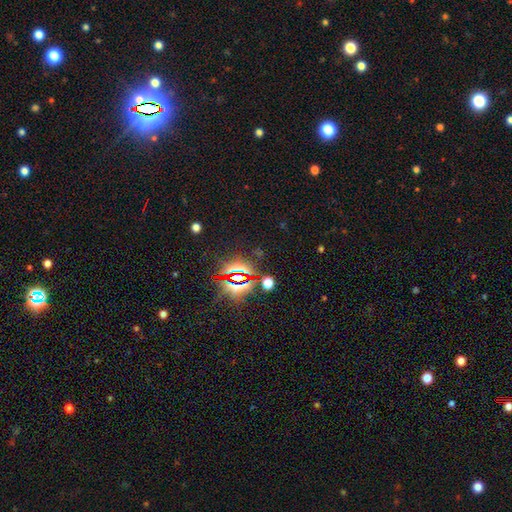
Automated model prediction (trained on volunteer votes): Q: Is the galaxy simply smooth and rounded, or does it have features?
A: star or artifact — 83%.